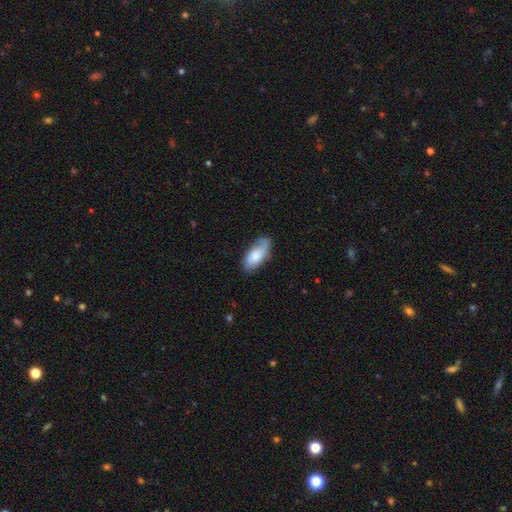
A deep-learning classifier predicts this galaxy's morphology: Smooth or featured?
  - smooth: 68% *
  - featured or disk: 26%
  - star or artifact: 6%
How rounded?
  - in between: 87% *
  - cigar-shaped: 11%
  - round: 2%
Merging?
  - none: 69% *
  - minor disturbance: 23%
  - major disturbance: 6%
  - merger: 2%